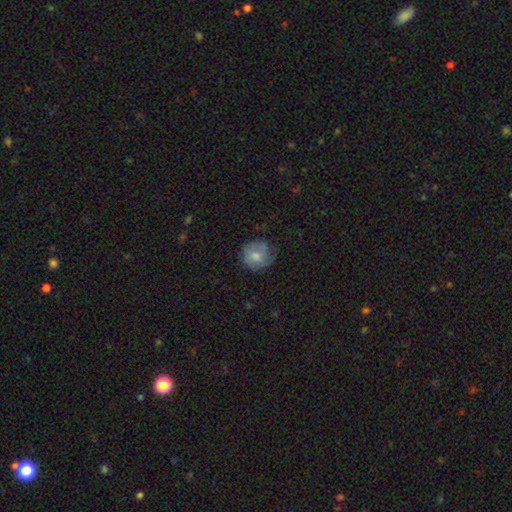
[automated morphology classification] smooth-or-featured: smooth: 67% | featured or disk: 26% | star or artifact: 8%
  how-rounded: round: 86% | in between: 13% | cigar-shaped: 1%
  merging: none: 66% | minor disturbance: 24% | major disturbance: 9% | merger: 1%